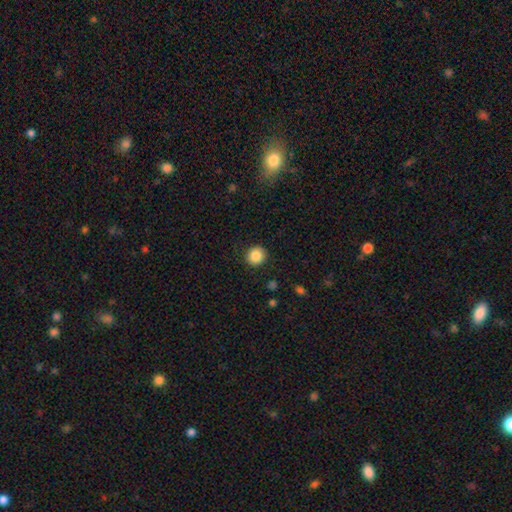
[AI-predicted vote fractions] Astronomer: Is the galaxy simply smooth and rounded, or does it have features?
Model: smooth — 87%.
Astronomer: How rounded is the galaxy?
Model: round — 89%.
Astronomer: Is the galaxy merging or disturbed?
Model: none — 91%.